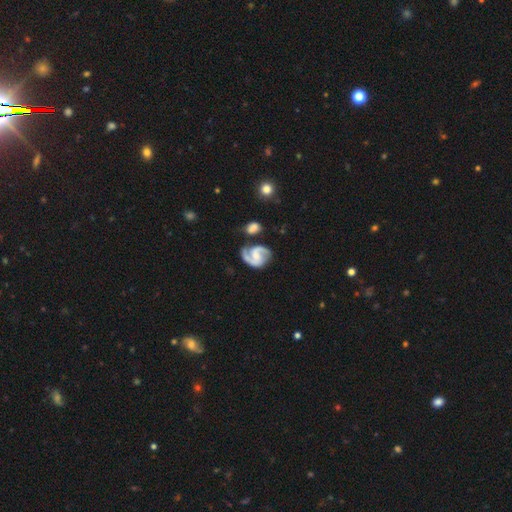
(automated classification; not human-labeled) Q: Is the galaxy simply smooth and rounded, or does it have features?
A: featured or disk — 89%.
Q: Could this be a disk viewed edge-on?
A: no — 98%.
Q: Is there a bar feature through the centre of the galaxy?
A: weak — 46%.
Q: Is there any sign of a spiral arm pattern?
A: yes — 97%.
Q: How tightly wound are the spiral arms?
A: medium — 58%.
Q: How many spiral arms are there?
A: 2 — 91%.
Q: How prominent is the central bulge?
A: small — 45%.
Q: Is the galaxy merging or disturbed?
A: none — 64%.